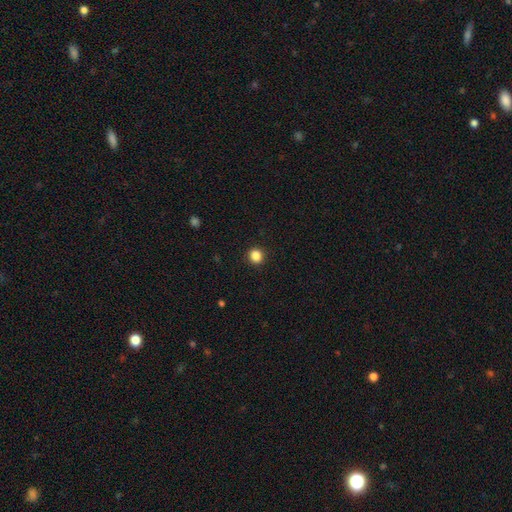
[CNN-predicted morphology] A smooth galaxy with no disk features (86%) that is round (88%).

Vote fractions:
- Smooth or featured? smooth: 86% / star or artifact: 11% / featured or disk: 3%
- How rounded? round: 88% / in between: 11% / cigar-shaped: 1%
- Merging? none: 92% / minor disturbance: 5% / major disturbance: 2% / merger: 1%